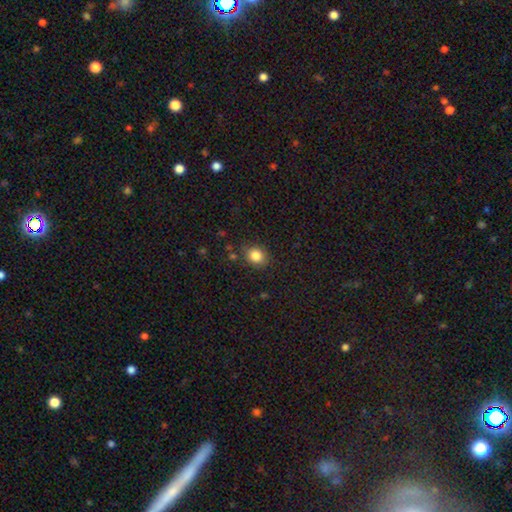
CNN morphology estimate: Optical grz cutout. It shows a smooth galaxy with no disk features (84%) that is round (67%). Merging: none (84%).